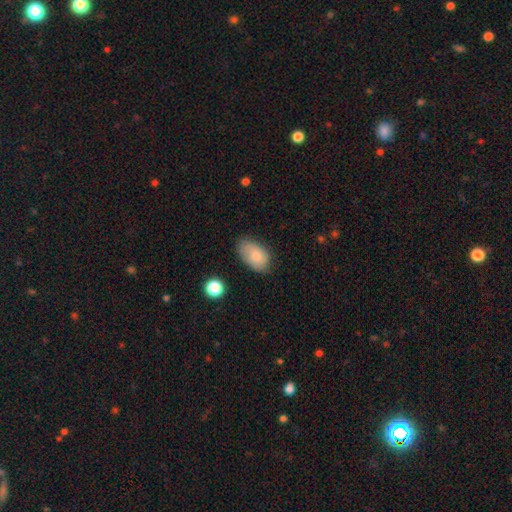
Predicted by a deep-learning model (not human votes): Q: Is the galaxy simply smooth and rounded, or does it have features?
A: smooth — 78%.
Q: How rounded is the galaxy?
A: in between — 91%.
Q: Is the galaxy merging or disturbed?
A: none — 68%.